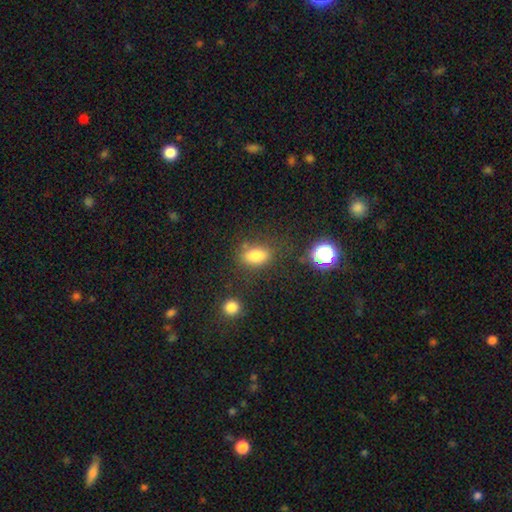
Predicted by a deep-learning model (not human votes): Overall: smooth (81%). How rounded: in between (84%). Merging: none (74%).